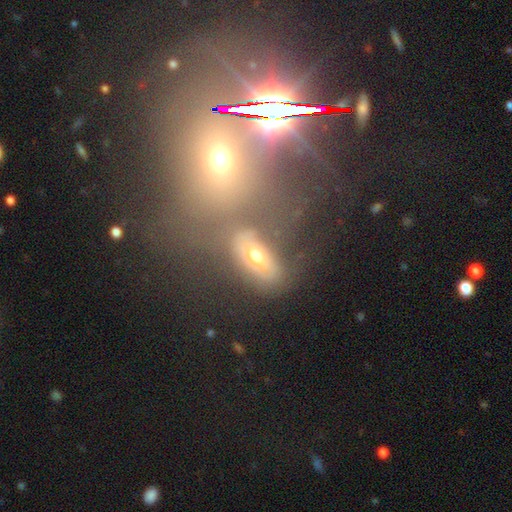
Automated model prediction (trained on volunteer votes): Morphology: type=smooth (46%); merging=none (61%).